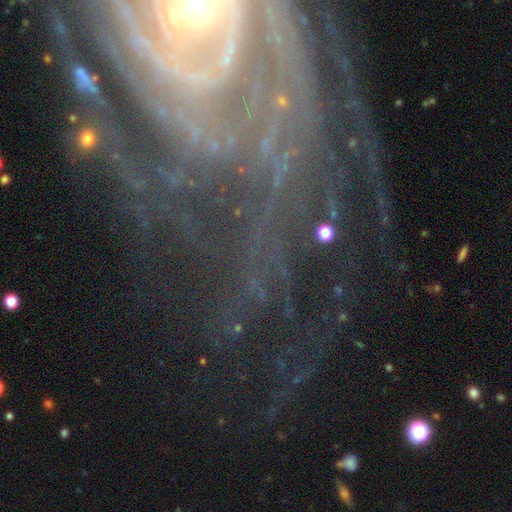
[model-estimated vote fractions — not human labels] Q: Smooth or featured?
A: featured or disk (79%); runner-up: star or artifact (13%)
Q: Edge-on disk?
A: no (95%); runner-up: yes (5%)
Q: Bar?
A: no (47%); runner-up: weak (28%)
Q: Spiral arms?
A: yes (93%); runner-up: no (7%)
Q: Spiral winding?
A: tight (71%); runner-up: medium (21%)
Q: Spiral arm count?
A: can't tell (28%); runner-up: 2 (17%)
Q: Bulge size?
A: small (60%); runner-up: moderate (27%)
Q: Merging?
A: none (66%); runner-up: major disturbance (15%)